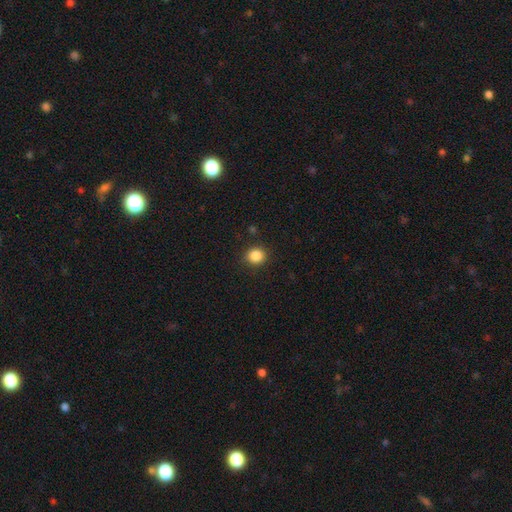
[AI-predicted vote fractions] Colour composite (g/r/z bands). It shows a smooth galaxy with no disk features (86%) that is round (85%). Merging: none (89%).